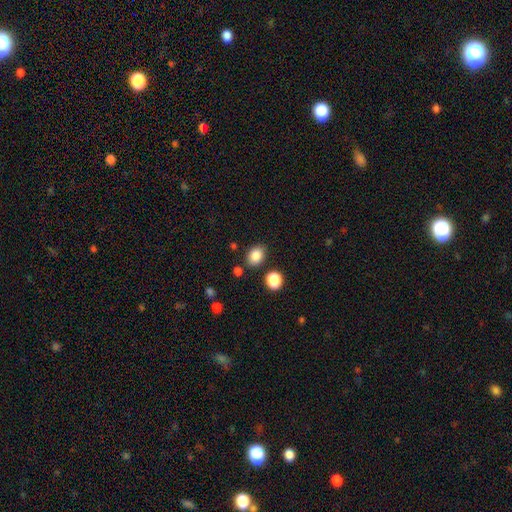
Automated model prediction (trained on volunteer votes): smooth_or_featured: smooth (p=0.86) [alt: star or artifact p=0.10]
how_rounded: in between (p=0.68) [alt: round p=0.31]
merging: none (p=0.81) [alt: minor disturbance p=0.11]